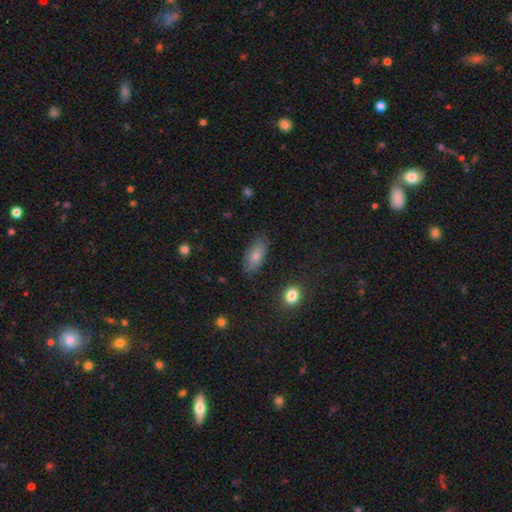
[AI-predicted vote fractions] Q: Smooth or featured?
A: smooth (79%); runner-up: featured or disk (13%)
Q: How rounded?
A: in between (87%); runner-up: cigar-shaped (9%)
Q: Merging?
A: none (80%); runner-up: minor disturbance (14%)